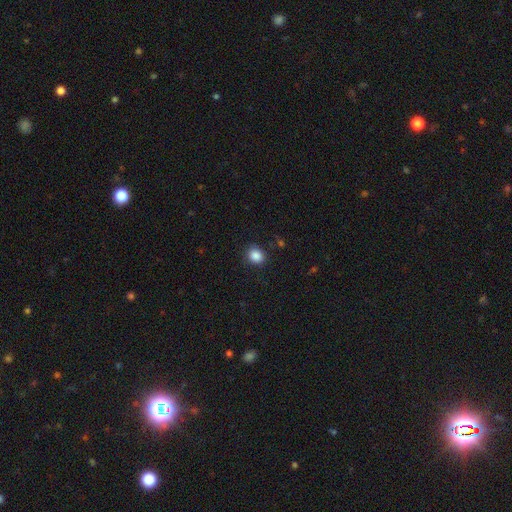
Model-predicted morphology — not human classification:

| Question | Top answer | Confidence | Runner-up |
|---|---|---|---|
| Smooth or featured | smooth | 87% | star or artifact (10%) |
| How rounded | round | 69% | in between (30%) |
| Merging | none | 86% | minor disturbance (10%) |